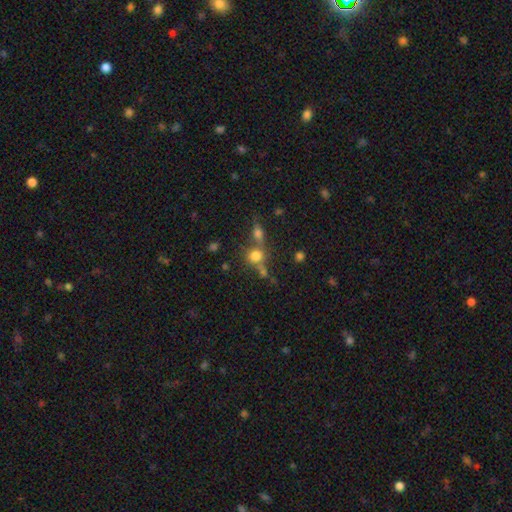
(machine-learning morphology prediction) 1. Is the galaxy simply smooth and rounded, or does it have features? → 73% smooth, 16% star or artifact, 12% featured or disk.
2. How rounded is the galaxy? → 79% round, 19% in between, 2% cigar-shaped.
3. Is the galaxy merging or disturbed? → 45% none, 39% merger, 10% minor disturbance, 6% major disturbance.